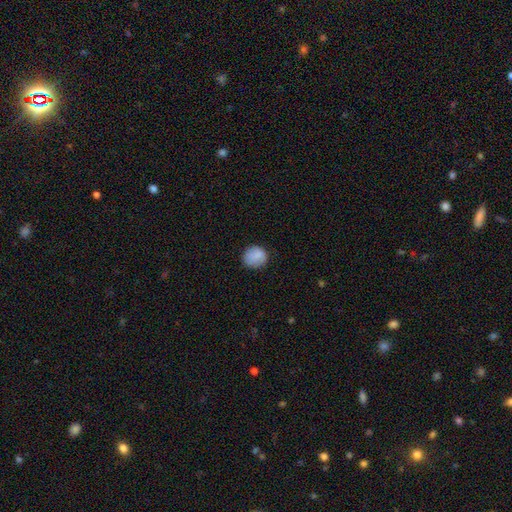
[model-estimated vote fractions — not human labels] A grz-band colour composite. It shows a smooth galaxy with no disk features (86%) that is round (83%). Merging: none (81%).